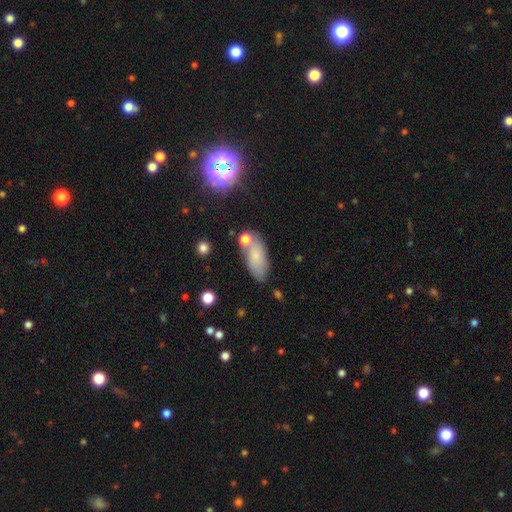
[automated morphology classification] Smooth or featured? smooth (70%)
How rounded? in between (85%)
Merging? none (61%)